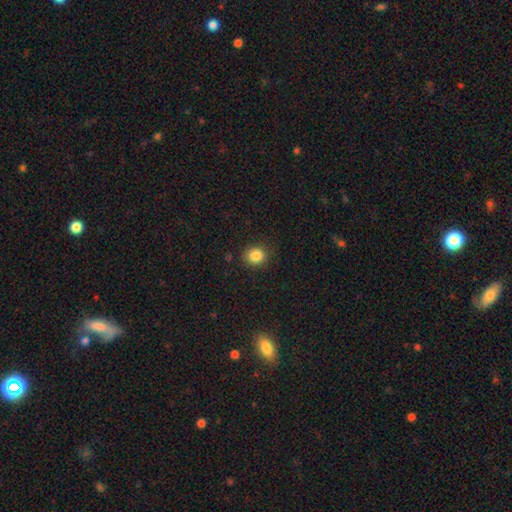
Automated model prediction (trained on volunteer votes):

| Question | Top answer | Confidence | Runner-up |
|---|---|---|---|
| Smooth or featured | smooth | 85% | star or artifact (11%) |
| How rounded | round | 76% | in between (23%) |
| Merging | none | 87% | minor disturbance (9%) |